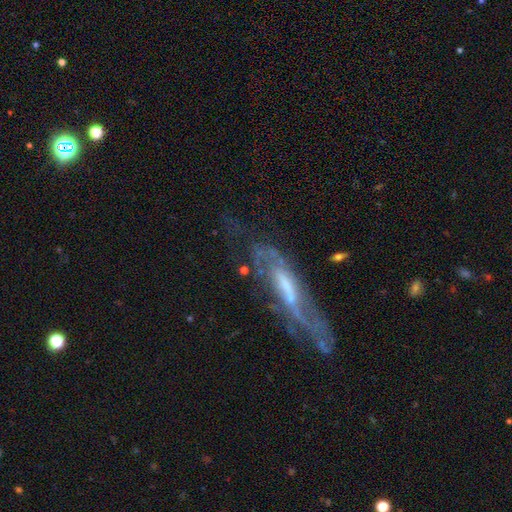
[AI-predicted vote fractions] Smooth or featured? featured or disk (76%)
Edge-on disk? no (61%)
Merging? none (58%)